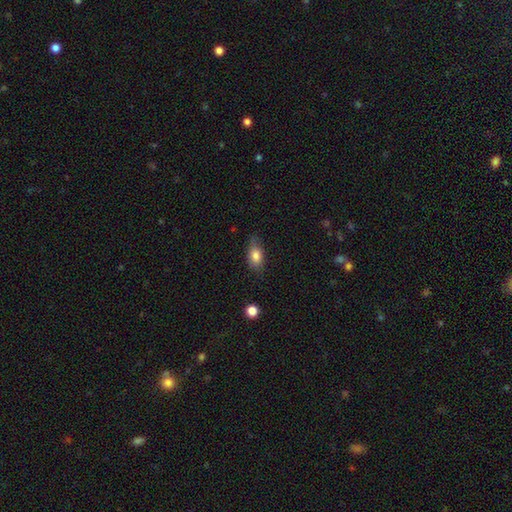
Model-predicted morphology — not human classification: The model was most divided on "merging": none: 67%, minor disturbance: 26%, major disturbance: 5%, merger: 2%. More confident: how rounded — in between (83%); smooth or featured — smooth (81%).